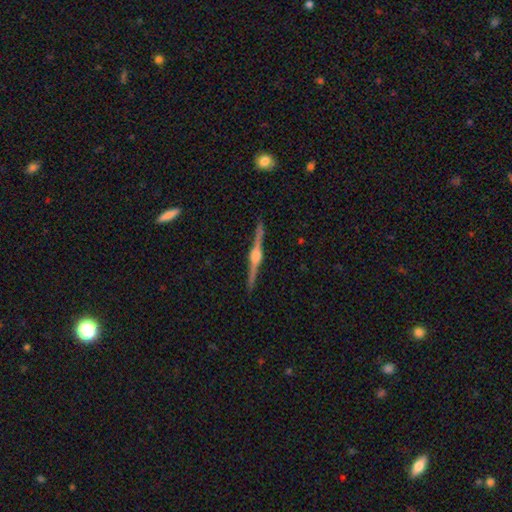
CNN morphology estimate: The model was most divided on "smooth or featured": featured or disk: 87%, smooth: 7%, star or artifact: 6%. More confident: edge-on disk — yes (99%); merging — none (92%); edge-on bulge — rounded (90%).